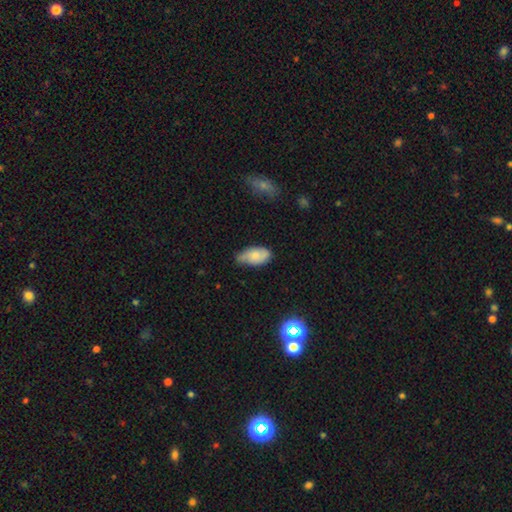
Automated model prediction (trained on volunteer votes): Smooth or featured? smooth (64%)
How rounded? in between (93%)
Merging? none (54%)